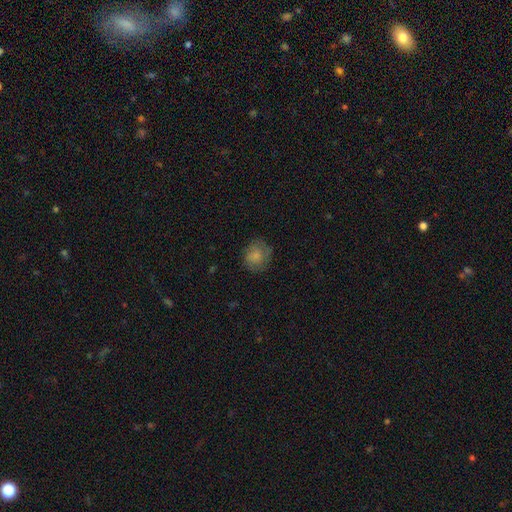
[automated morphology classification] This appears to be a smooth galaxy with no disk features (74%) that is round (82%). Merging: none (71%).